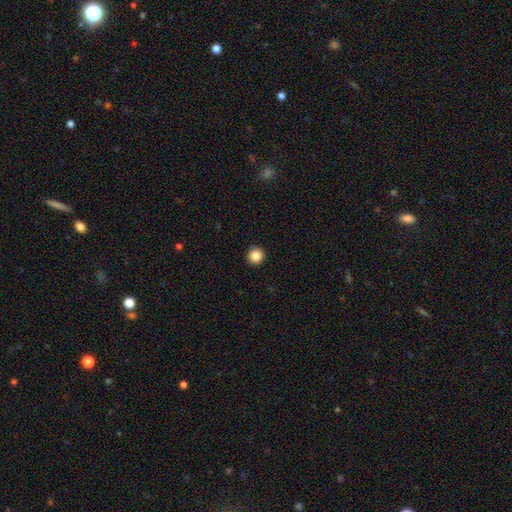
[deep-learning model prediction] A smooth galaxy with no disk features (86%) that is round (96%). Merging: none (93%).